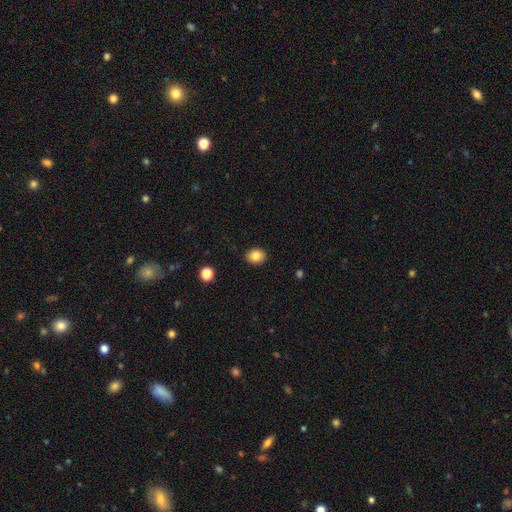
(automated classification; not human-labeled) The model was most divided on "how rounded": round: 54%, in between: 45%, cigar-shaped: 1%. More confident: merging — none (90%); smooth or featured — smooth (84%).